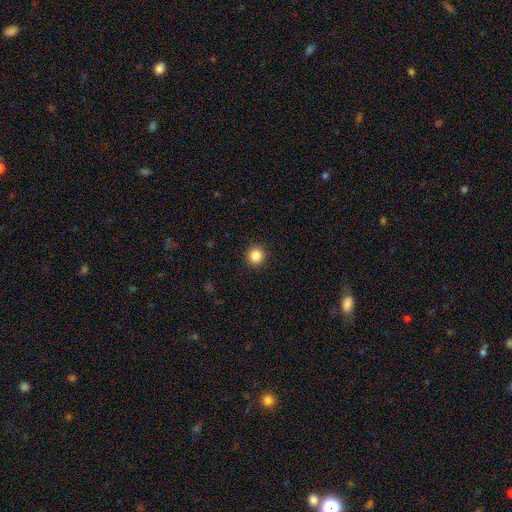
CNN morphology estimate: Smooth or featured? Predicted: smooth (p=0.86). How rounded? Predicted: round (p=0.92). Merging? Predicted: none (p=0.92).